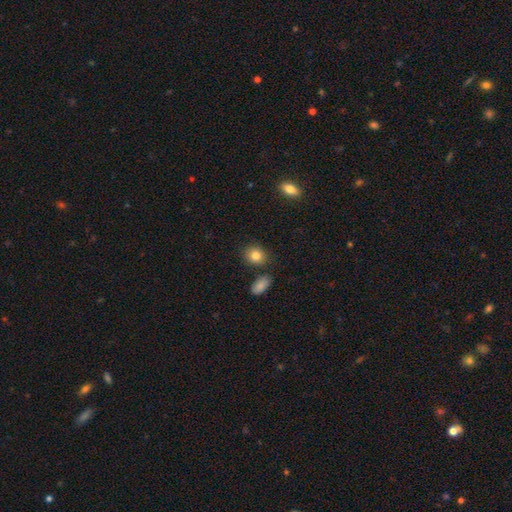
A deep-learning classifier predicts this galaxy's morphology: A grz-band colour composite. It shows a smooth galaxy with no disk features (84%) that is round (61%). Merging: none (80%).